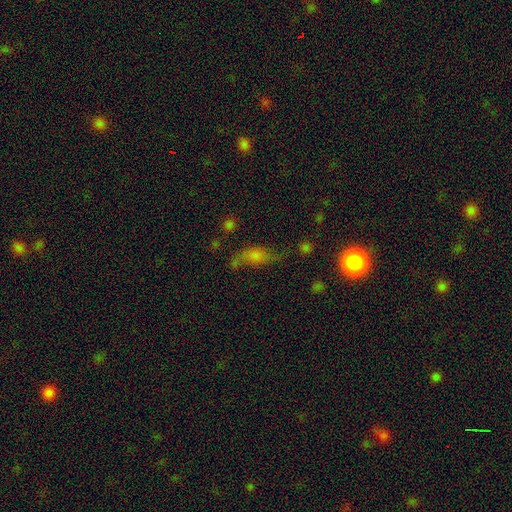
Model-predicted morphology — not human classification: type=smooth (56%); roundness=in between (77%); merging=none (42%).